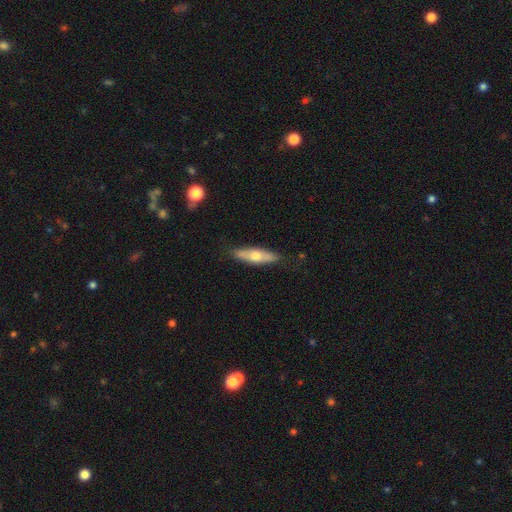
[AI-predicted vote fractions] smooth_or_featured: smooth (p=0.53) [alt: featured or disk p=0.41]
how_rounded: cigar-shaped (p=0.59) [alt: in between p=0.39]
merging: none (p=0.82) [alt: minor disturbance p=0.14]